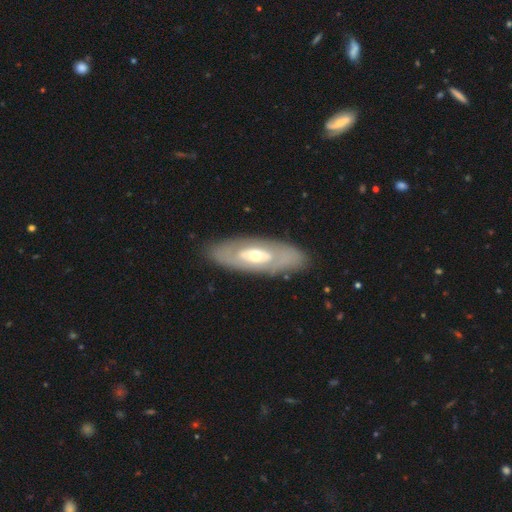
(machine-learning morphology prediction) A featured or disk galaxy (62%) with no bar (76%), no spiral arms (81%) and a moderate central bulge (69%).

Vote fractions:
- Smooth or featured? featured or disk: 62% / smooth: 33% / star or artifact: 5%
- Edge-on disk? no: 82% / yes: 18%
- Bar? no: 76% / weak: 16% / strong: 8%
- Spiral arms? no: 81% / yes: 19%
- Bulge size? moderate: 69% / small: 19% / large: 10% / dominant: 1% / none: 1%
- Merging? none: 83% / minor disturbance: 11% / major disturbance: 4% / merger: 2%